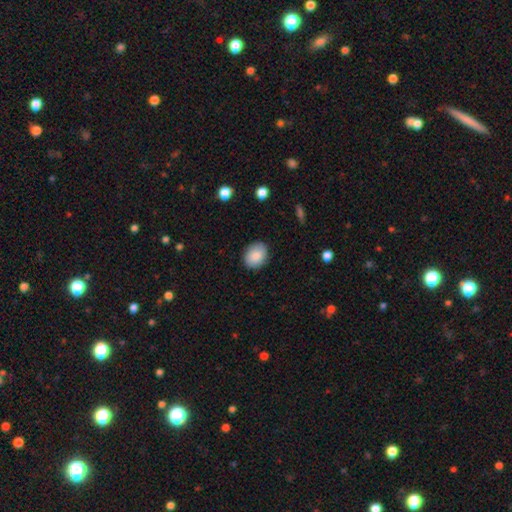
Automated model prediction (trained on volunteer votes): smooth 87%, star or artifact 7%, featured or disk 6%. Down the decision tree: how rounded — in between (56%); merging — none (87%).